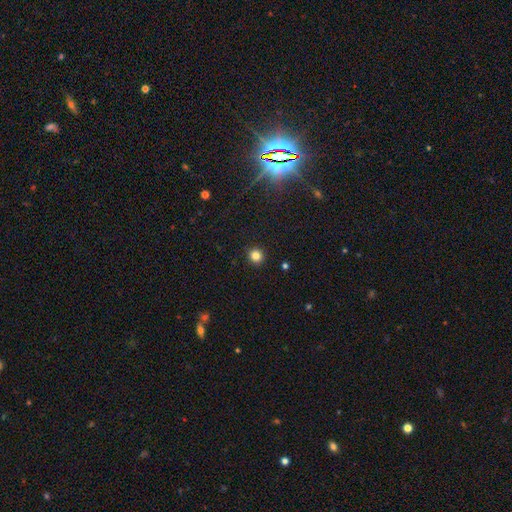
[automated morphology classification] Smooth or featured?
  - smooth: 83% *
  - star or artifact: 13%
  - featured or disk: 4%
How rounded?
  - round: 94% *
  - in between: 5%
  - cigar-shaped: 1%
Merging?
  - none: 93% *
  - minor disturbance: 5%
  - major disturbance: 2%
  - merger: 1%